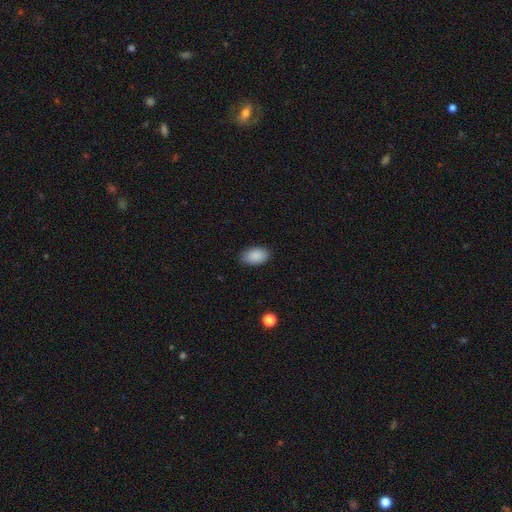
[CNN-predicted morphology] Smooth or featured? smooth (89%)
How rounded? in between (92%)
Merging? none (85%)